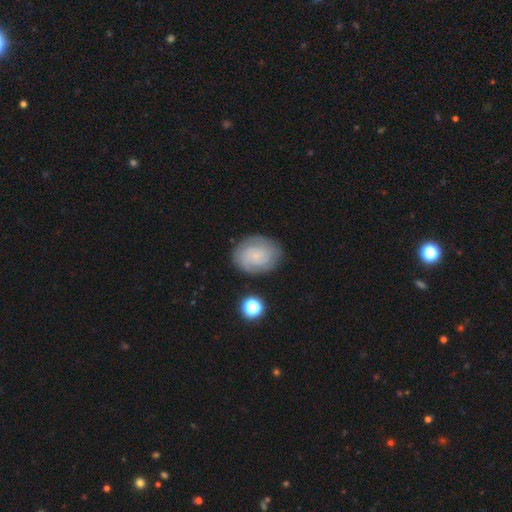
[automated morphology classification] The model was most divided on "smooth or featured": featured or disk: 55%, smooth: 35%, star or artifact: 10%. More confident: edge-on disk — no (97%); spiral arms — yes (89%); merging — none (79%); bar — no (76%); bulge size — small (67%).